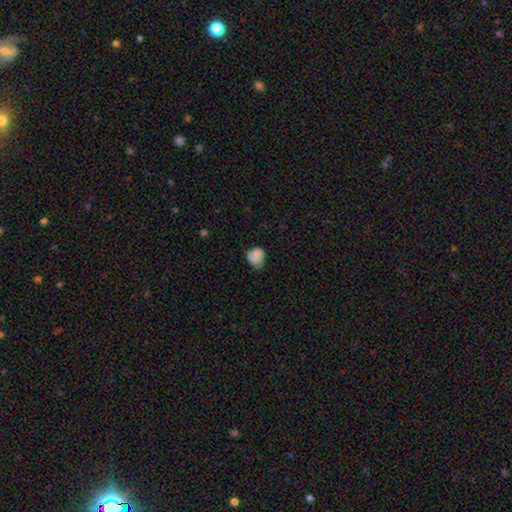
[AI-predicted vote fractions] A smooth galaxy with no disk features (74%) that is round (63%). Merging: none (51%).